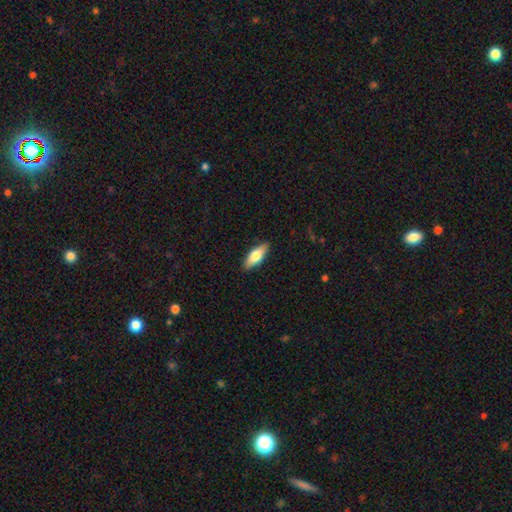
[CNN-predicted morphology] smooth_or_featured: smooth (p=0.67) [alt: featured or disk p=0.27]
how_rounded: in between (p=0.69) [alt: cigar-shaped p=0.28]
merging: none (p=0.89) [alt: minor disturbance p=0.09]